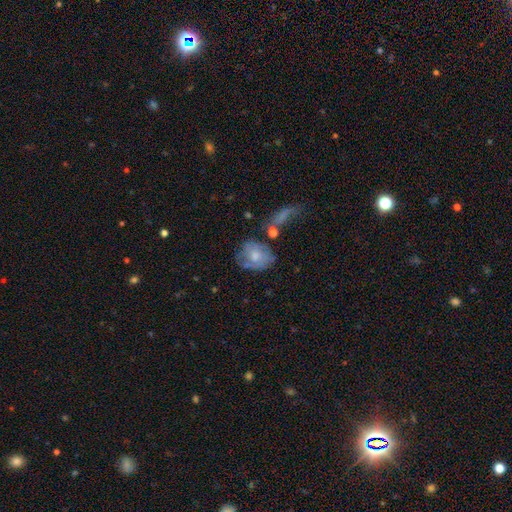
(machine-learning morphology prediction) Smooth or featured?
  - smooth: 52% *
  - featured or disk: 40%
  - star or artifact: 8%
How rounded?
  - in between: 52% *
  - round: 47%
  - cigar-shaped: 1%
Merging?
  - none: 44% *
  - minor disturbance: 25%
  - major disturbance: 18%
  - merger: 12%